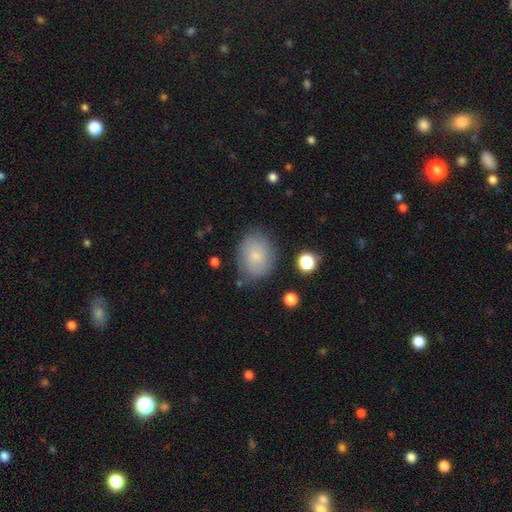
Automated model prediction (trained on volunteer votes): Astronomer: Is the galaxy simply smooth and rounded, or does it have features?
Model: smooth — 78%.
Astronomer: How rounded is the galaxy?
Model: in between — 61% (runner-up: round, 38%).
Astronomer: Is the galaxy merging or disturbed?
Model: none — 77%.